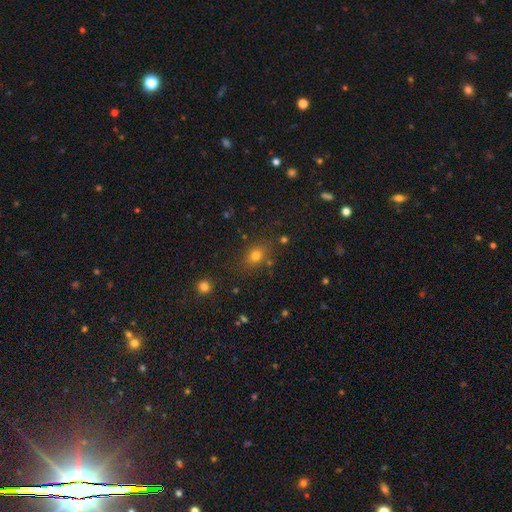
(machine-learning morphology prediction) A smooth galaxy with no disk features (74%) that is in between round and cigar-shaped (55%).

Vote fractions:
- Smooth or featured? smooth: 74% / star or artifact: 17% / featured or disk: 9%
- How rounded? in between: 55% / round: 43% / cigar-shaped: 2%
- Merging? none: 78% / minor disturbance: 13% / merger: 5% / major disturbance: 5%